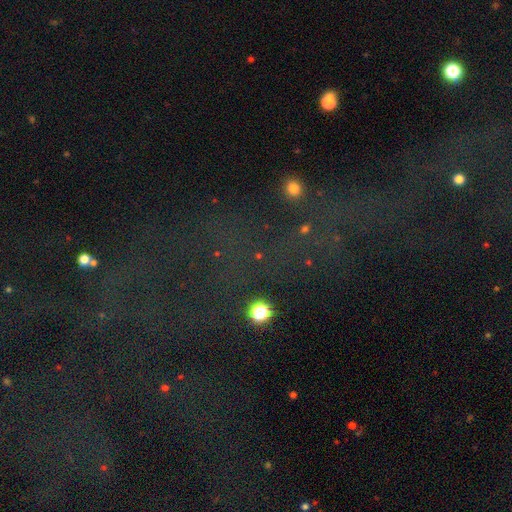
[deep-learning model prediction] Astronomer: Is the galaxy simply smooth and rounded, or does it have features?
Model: star or artifact — 71%.